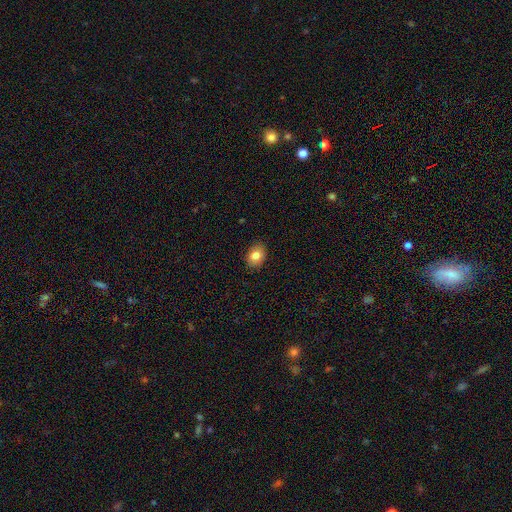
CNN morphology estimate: Smooth or featured?
  - smooth: 83% *
  - featured or disk: 9%
  - star or artifact: 9%
How rounded?
  - in between: 68% *
  - round: 31%
  - cigar-shaped: 1%
Merging?
  - none: 87% *
  - minor disturbance: 10%
  - major disturbance: 2%
  - merger: 1%